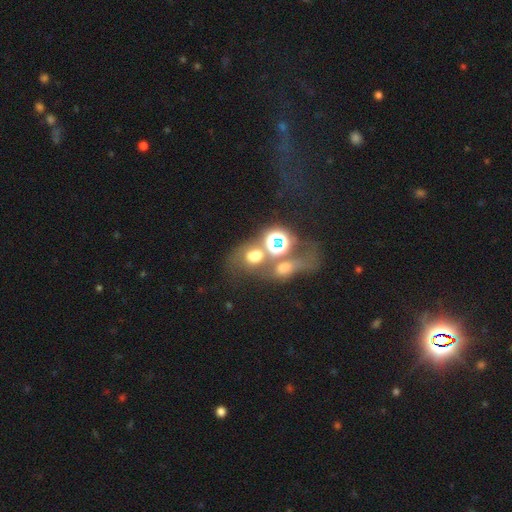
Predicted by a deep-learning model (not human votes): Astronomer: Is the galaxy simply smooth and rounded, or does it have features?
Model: smooth — 51% (runner-up: star or artifact, 30%).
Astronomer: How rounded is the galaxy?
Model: round — 56% (runner-up: in between, 42%).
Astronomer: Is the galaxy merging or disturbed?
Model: merger — 43% (runner-up: none, 30%).